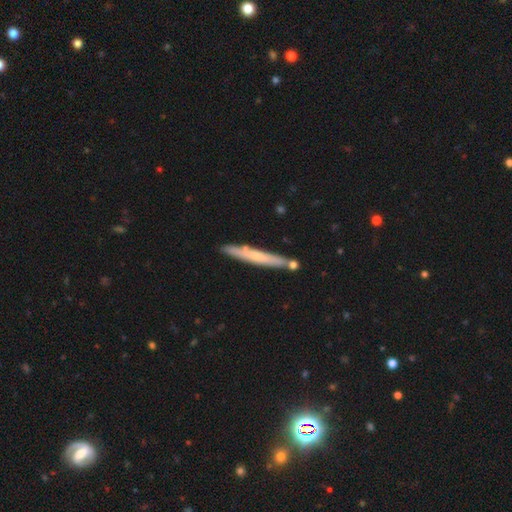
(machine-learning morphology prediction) The model was most divided on "smooth or featured": smooth: 51%, featured or disk: 44%, star or artifact: 5%. More confident: how rounded — cigar-shaped (96%); merging — none (81%).